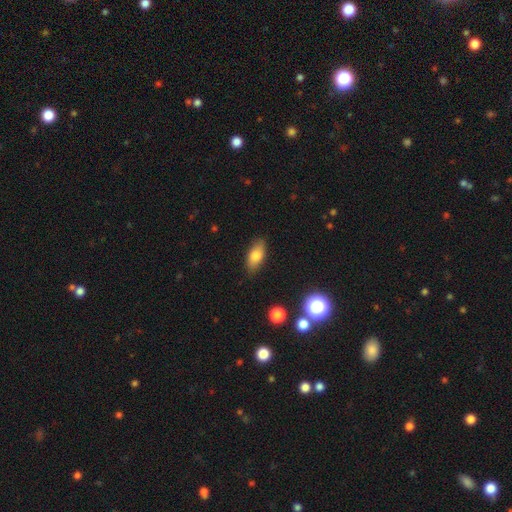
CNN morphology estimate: type=smooth (79%); roundness=in between (86%); merging=none (84%).